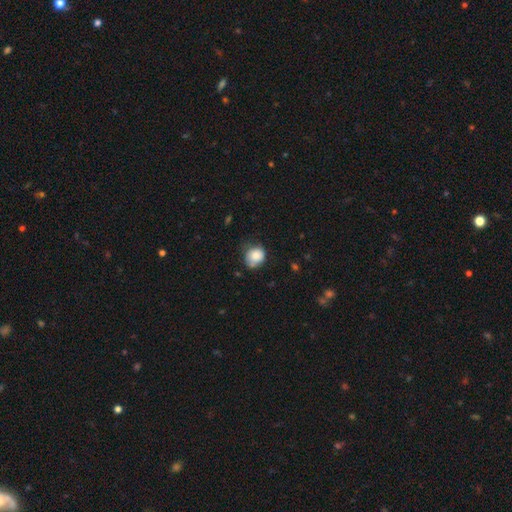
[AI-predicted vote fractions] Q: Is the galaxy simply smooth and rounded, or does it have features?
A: smooth — 82%.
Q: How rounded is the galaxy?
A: round — 72%.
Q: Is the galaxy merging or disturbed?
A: none — 52%.